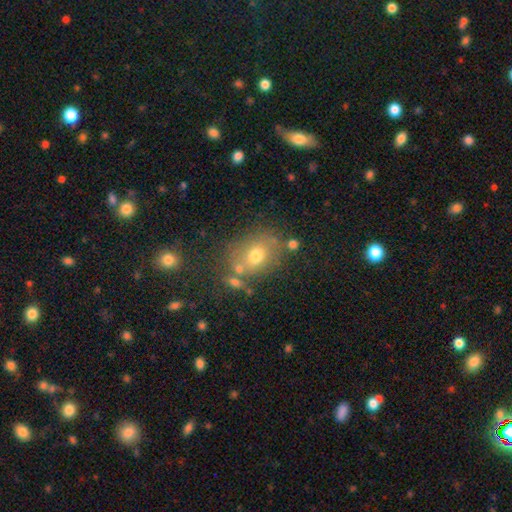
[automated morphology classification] Overall: smooth (67%). How rounded: in between (53%; round 46%). Merging: none (68%).